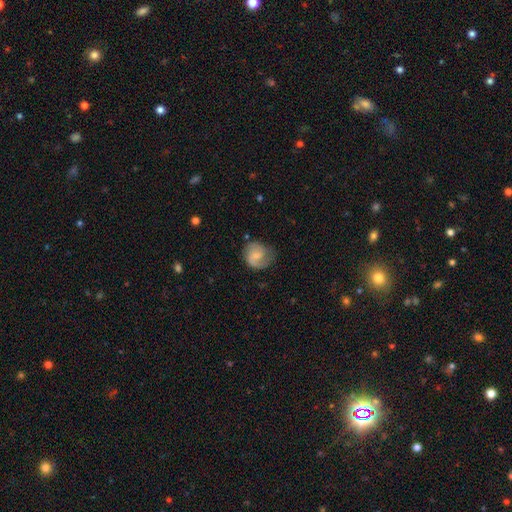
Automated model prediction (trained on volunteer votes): Smooth or featured?
  - featured or disk: 63% *
  - smooth: 30%
  - star or artifact: 6%
Edge-on disk?
  - no: 98% *
  - yes: 2%
Bar?
  - no: 51% *
  - weak: 42%
  - strong: 7%
Spiral arms?
  - yes: 91% *
  - no: 9%
Spiral winding?
  - medium: 43% *
  - tight: 32%
  - loose: 25%
Spiral arm count?
  - 2: 52% *
  - 1: 35%
  - can't tell: 9%
  - 3: 2%
  - 4: 1%
  - more than 4: 1%
Bulge size?
  - small: 54% *
  - moderate: 31%
  - none: 12%
  - large: 2%
  - dominant: 1%
Merging?
  - none: 60% *
  - minor disturbance: 24%
  - major disturbance: 14%
  - merger: 2%